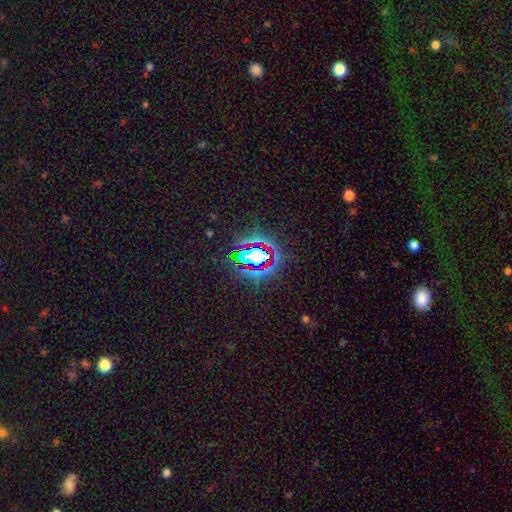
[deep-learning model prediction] This is likely a star or artifact rather than a galaxy (65%).